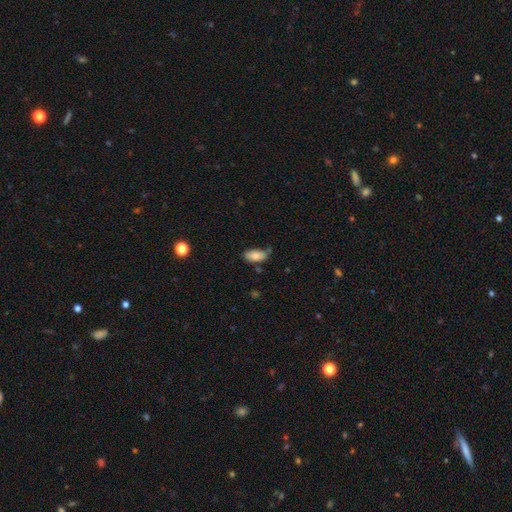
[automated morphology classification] smooth 83%, featured or disk 9%, star or artifact 7%. Down the decision tree: how rounded — in between (92%); merging — none (68%).